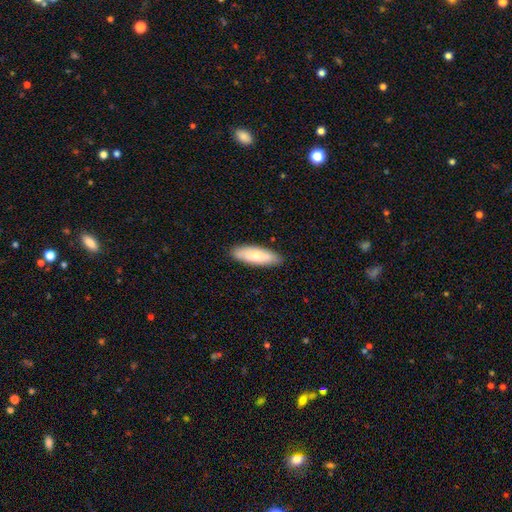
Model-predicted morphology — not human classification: smooth_or_featured: smooth (p=0.72) [alt: featured or disk p=0.22]
how_rounded: in between (p=0.58) [alt: cigar-shaped p=0.40]
merging: none (p=0.87) [alt: minor disturbance p=0.10]